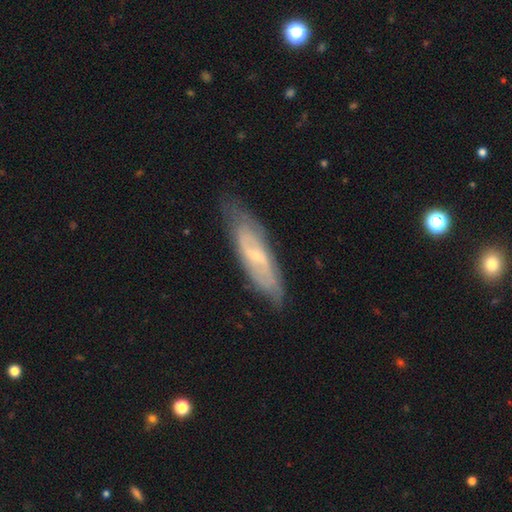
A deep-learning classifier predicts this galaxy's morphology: Smooth or featured?
  - featured or disk: 68% *
  - smooth: 25%
  - star or artifact: 7%
Edge-on disk?
  - no: 73% *
  - yes: 27%
Merging?
  - none: 73% *
  - minor disturbance: 21%
  - major disturbance: 5%
  - merger: 2%